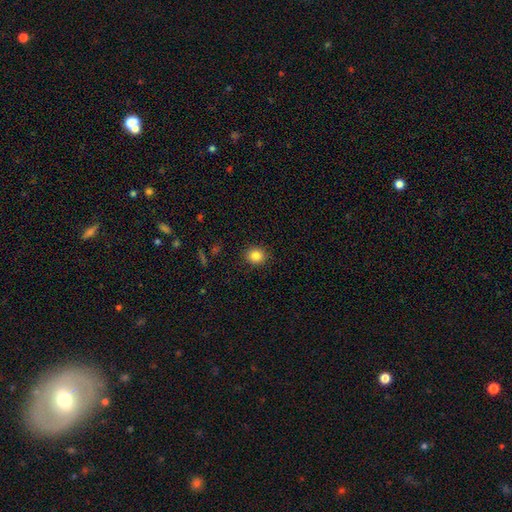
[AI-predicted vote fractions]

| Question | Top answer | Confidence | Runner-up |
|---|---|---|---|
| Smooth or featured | smooth | 84% | star or artifact (11%) |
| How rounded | round | 82% | in between (17%) |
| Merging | none | 91% | minor disturbance (6%) |